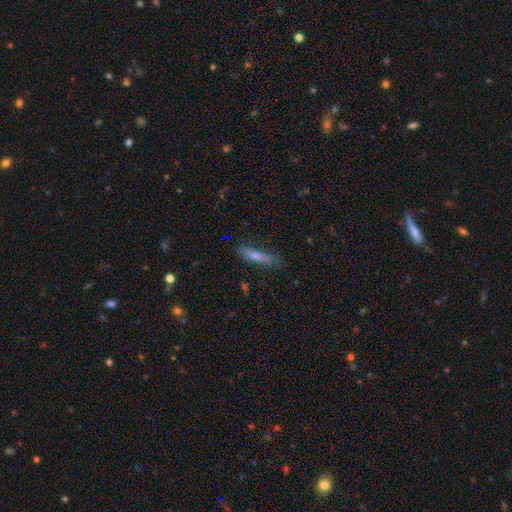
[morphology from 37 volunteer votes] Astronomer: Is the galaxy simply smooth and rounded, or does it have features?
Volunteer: smooth — 51% (runner-up: featured or disk, 43%).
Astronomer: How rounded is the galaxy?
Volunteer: cigar-shaped — 95%.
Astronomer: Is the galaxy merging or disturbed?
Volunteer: none — 86%.